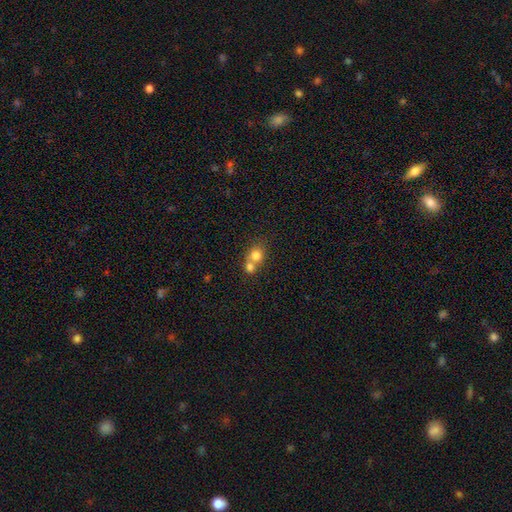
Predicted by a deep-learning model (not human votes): Smooth or featured: smooth — 77% (featured or disk — 12%)
How rounded: round — 79% (in between — 20%)
Merging: merger — 58% (none — 34%)